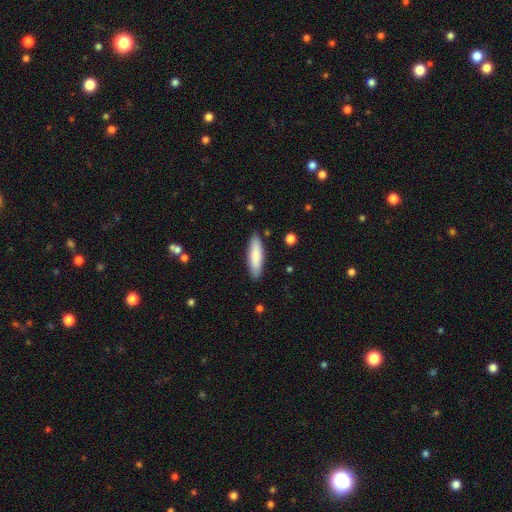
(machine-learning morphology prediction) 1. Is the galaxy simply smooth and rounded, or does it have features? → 83% smooth, 12% featured or disk, 5% star or artifact.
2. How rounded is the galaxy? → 60% cigar-shaped, 39% in between, 1% round.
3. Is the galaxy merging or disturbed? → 87% none, 10% minor disturbance, 2% major disturbance, 1% merger.